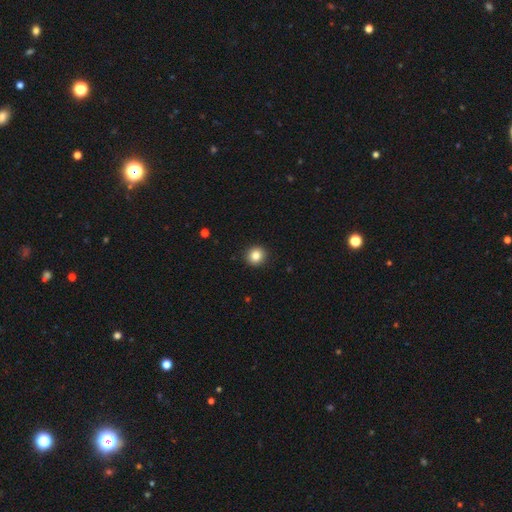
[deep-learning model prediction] This is clearly a smooth galaxy (84%). How rounded: clearly round (90%). Merging: clearly none (93%).